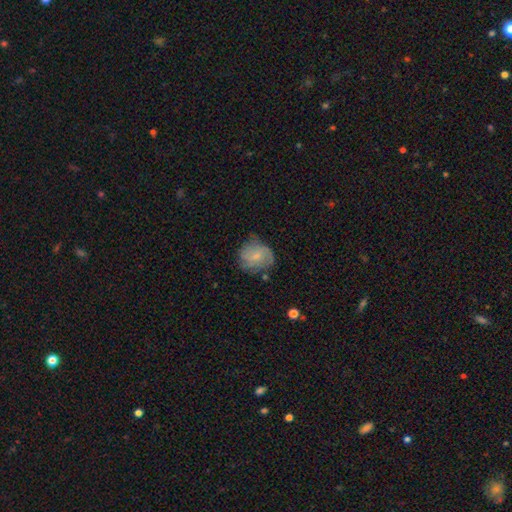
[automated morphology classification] This is possibly a smooth galaxy (59%). How rounded: likely round (76%). Merging: possibly none (59%).